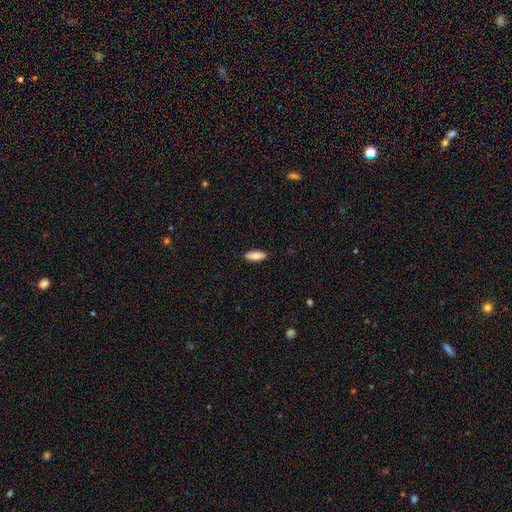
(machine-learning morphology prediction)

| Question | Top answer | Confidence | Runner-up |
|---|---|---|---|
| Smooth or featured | smooth | 87% | featured or disk (7%) |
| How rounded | in between | 75% | cigar-shaped (24%) |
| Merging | none | 87% | minor disturbance (10%) |